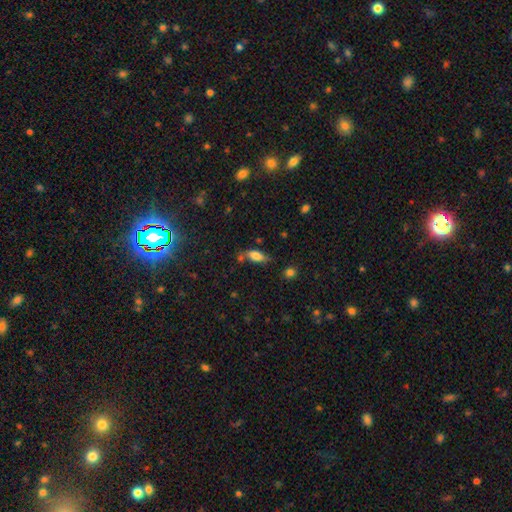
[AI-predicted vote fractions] Smooth or featured? Predicted: smooth (p=0.71). How rounded? Predicted: in between (p=0.73). Merging? Predicted: none (p=0.61).